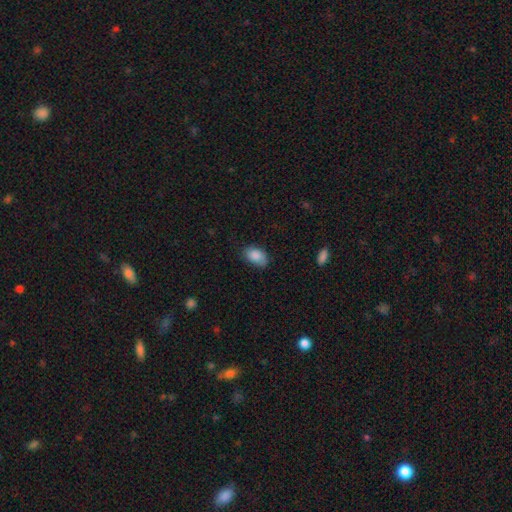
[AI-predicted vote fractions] Smooth or featured? Predicted: smooth (p=0.87). How rounded? Predicted: in between (p=0.89). Merging? Predicted: none (p=0.69).